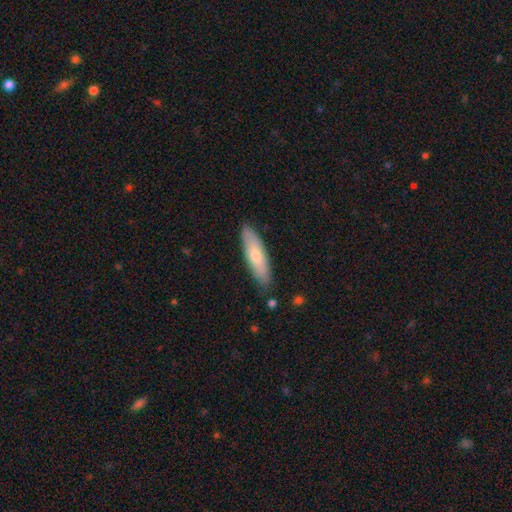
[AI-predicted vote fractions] A smooth galaxy with no disk features (67%) that is cigar-shaped (58%). Merging: none (85%).